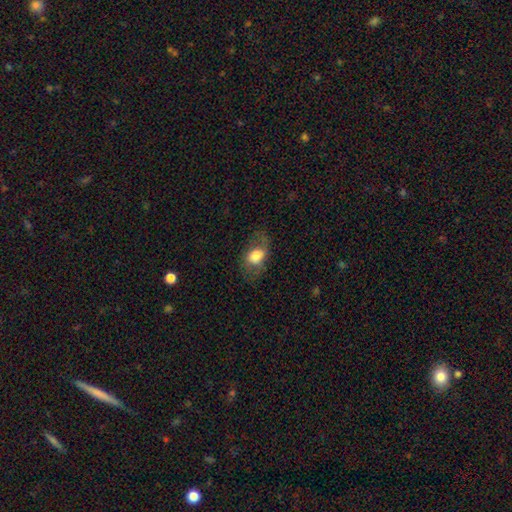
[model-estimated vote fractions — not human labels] Overall: smooth (67%). How rounded: in between (77%). Merging: none (56%; minor disturbance 22%).